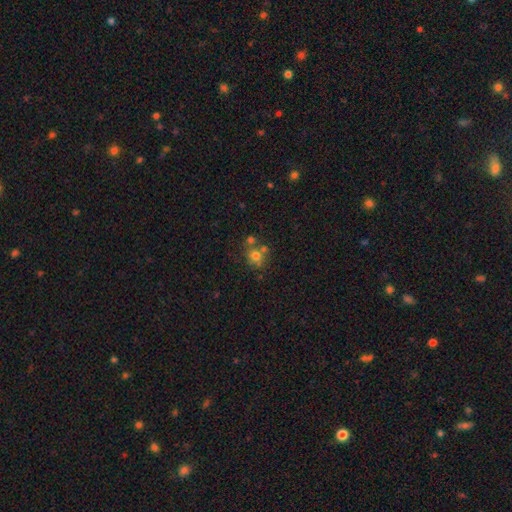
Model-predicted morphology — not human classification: smooth 68%, star or artifact 17%, featured or disk 14%. Down the decision tree: how rounded — round (82%); merging — none (55%).